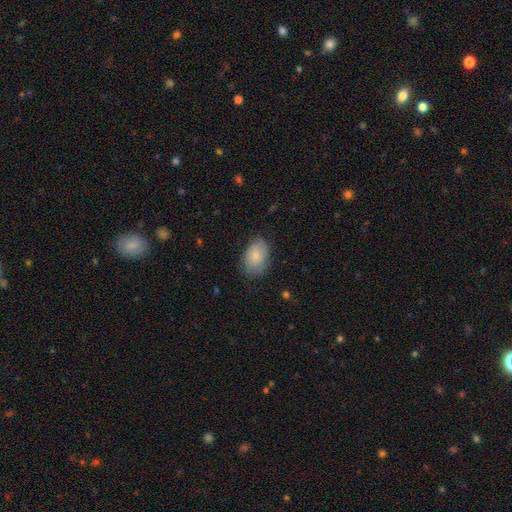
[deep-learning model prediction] smooth 77%, featured or disk 16%, star or artifact 7%. Down the decision tree: how rounded — in between (87%); merging — none (72%).